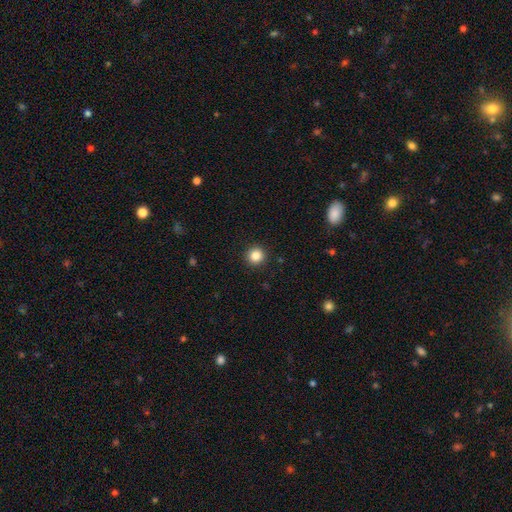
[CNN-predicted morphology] This appears to be a smooth galaxy with no disk features (85%) that is round (95%). Merging: none (92%).